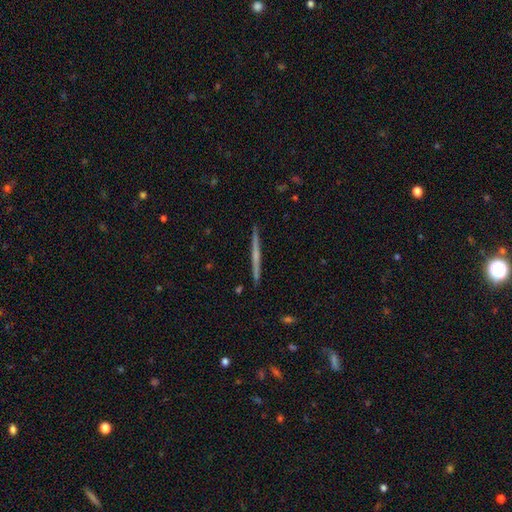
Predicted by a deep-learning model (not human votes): Morphology: type=featured or disk (60%); edge-on=yes (98%); edge-on bulge=none (75%); merging=none (92%).